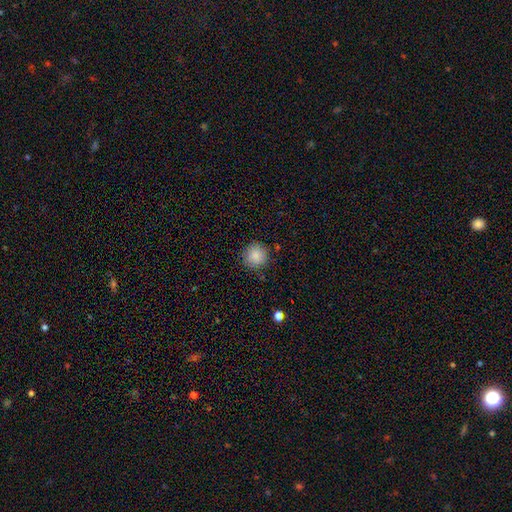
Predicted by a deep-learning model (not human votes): Overall: smooth (86%). How rounded: round (93%). Merging: none (85%).